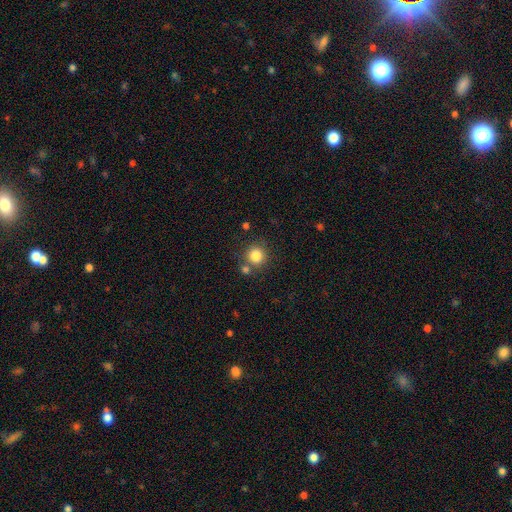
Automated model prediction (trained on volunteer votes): Smooth or featured?
  - smooth: 83% *
  - star or artifact: 11%
  - featured or disk: 6%
How rounded?
  - round: 91% *
  - in between: 8%
  - cigar-shaped: 1%
Merging?
  - none: 74% *
  - merger: 13%
  - minor disturbance: 9%
  - major disturbance: 3%